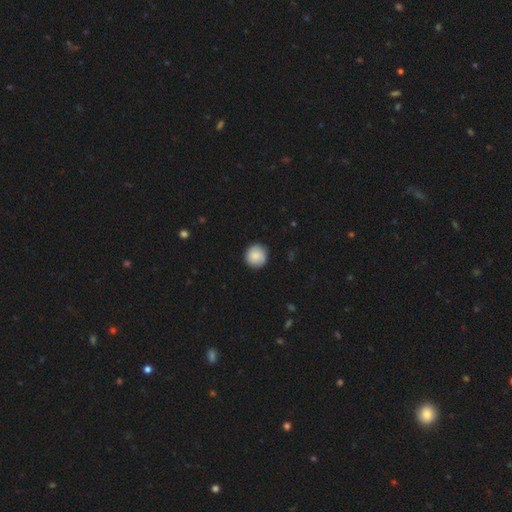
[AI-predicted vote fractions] smooth 86%, featured or disk 7%, star or artifact 7%. Down the decision tree: how rounded — round (95%); merging — none (89%).